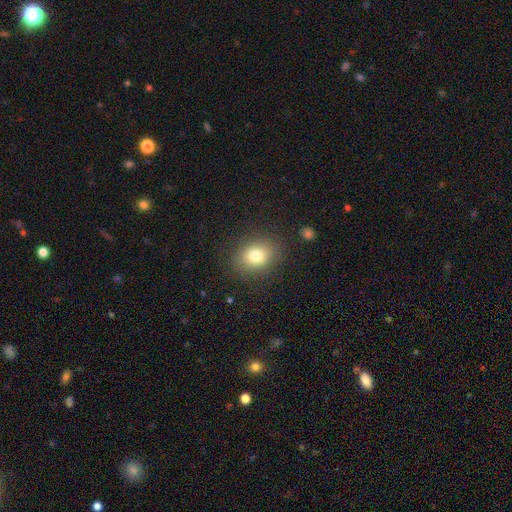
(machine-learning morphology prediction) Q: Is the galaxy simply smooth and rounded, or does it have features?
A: smooth — 78%.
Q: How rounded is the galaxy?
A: in between — 55%.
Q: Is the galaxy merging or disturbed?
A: none — 83%.